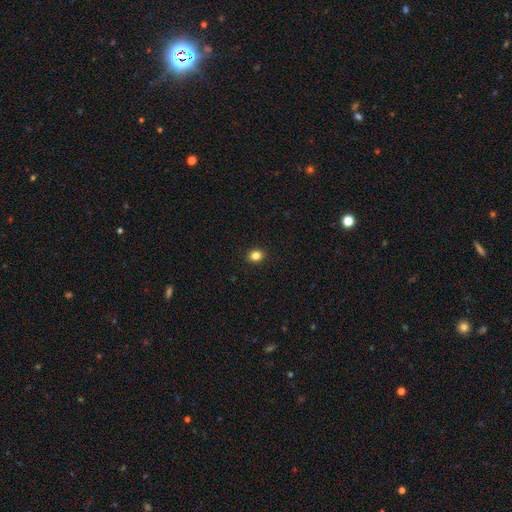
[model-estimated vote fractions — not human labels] A smooth galaxy with no disk features (84%) that is round (61%).

Vote fractions:
- Smooth or featured? smooth: 84% / star or artifact: 12% / featured or disk: 5%
- How rounded? round: 61% / in between: 38% / cigar-shaped: 1%
- Merging? none: 92% / minor disturbance: 6% / major disturbance: 2% / merger: 1%